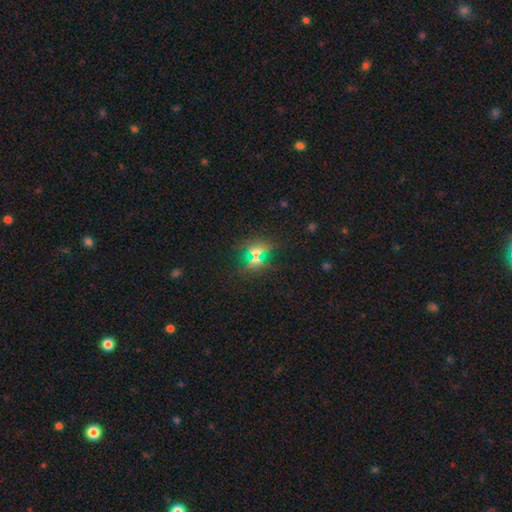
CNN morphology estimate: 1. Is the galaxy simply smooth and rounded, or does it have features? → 45% smooth, 41% star or artifact, 14% featured or disk.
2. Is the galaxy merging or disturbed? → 74% none, 12% minor disturbance, 8% major disturbance, 7% merger.